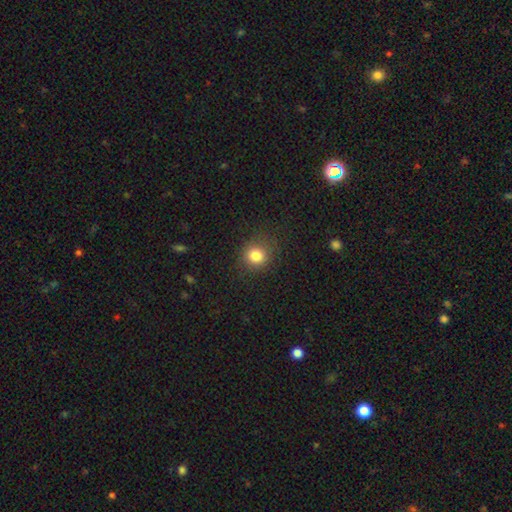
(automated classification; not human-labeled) Smooth or featured?
  - smooth: 82% *
  - star or artifact: 13%
  - featured or disk: 6%
How rounded?
  - round: 84% *
  - in between: 15%
  - cigar-shaped: 1%
Merging?
  - none: 84% *
  - minor disturbance: 11%
  - major disturbance: 4%
  - merger: 1%